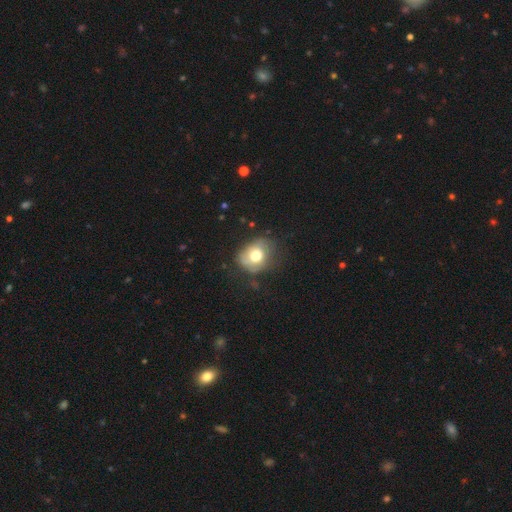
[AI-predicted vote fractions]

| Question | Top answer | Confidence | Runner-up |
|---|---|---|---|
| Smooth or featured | smooth | 66% | featured or disk (24%) |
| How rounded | round | 57% | in between (42%) |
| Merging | none | 54% | minor disturbance (30%) |